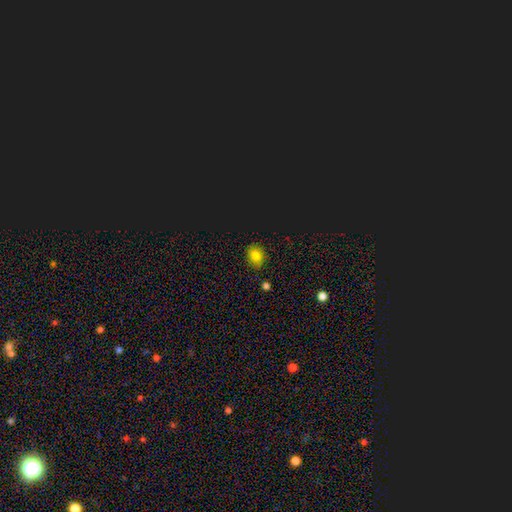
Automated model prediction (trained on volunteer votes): Q: Smooth or featured?
A: smooth (75%); runner-up: star or artifact (19%)
Q: How rounded?
A: in between (56%); runner-up: round (42%)
Q: Merging?
A: none (81%); runner-up: minor disturbance (14%)